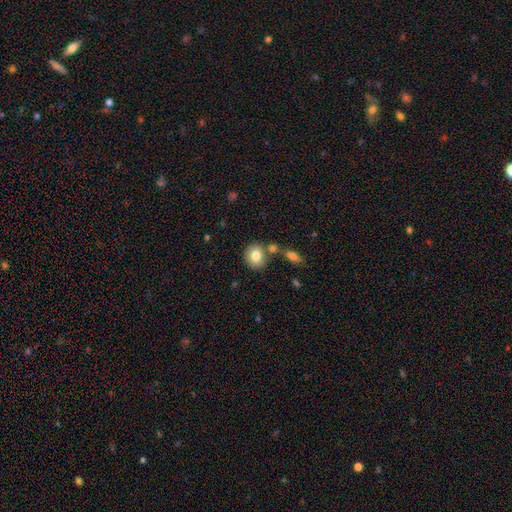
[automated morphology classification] This is likely a smooth galaxy (80%). How rounded: likely round (66%). Merging: likely none (67%).